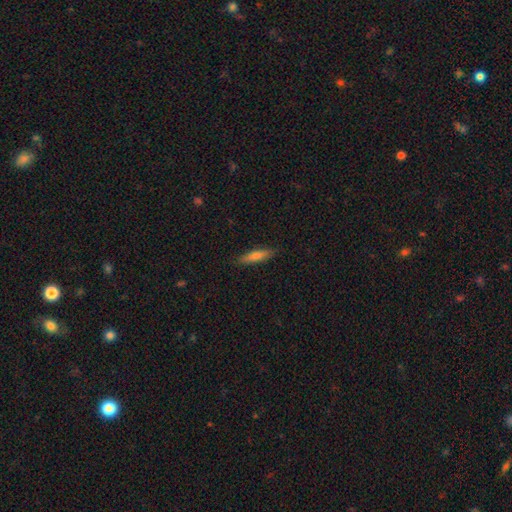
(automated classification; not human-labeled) Q: Smooth or featured?
A: smooth (68%); runner-up: featured or disk (26%)
Q: How rounded?
A: cigar-shaped (81%); runner-up: in between (17%)
Q: Merging?
A: none (88%); runner-up: minor disturbance (9%)